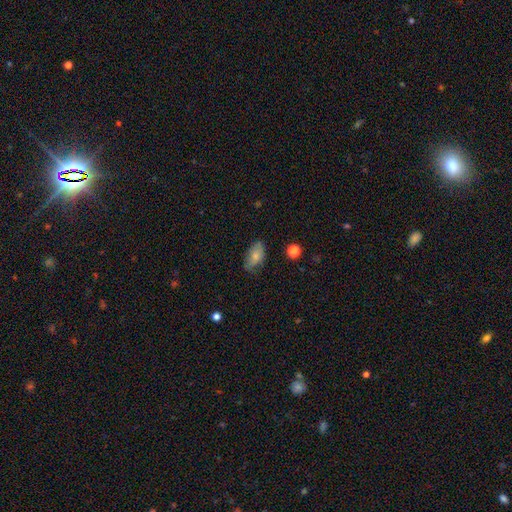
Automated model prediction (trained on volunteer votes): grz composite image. It shows a smooth galaxy with no disk features (75%) that is in between round and cigar-shaped (91%). Merging: none (67%).